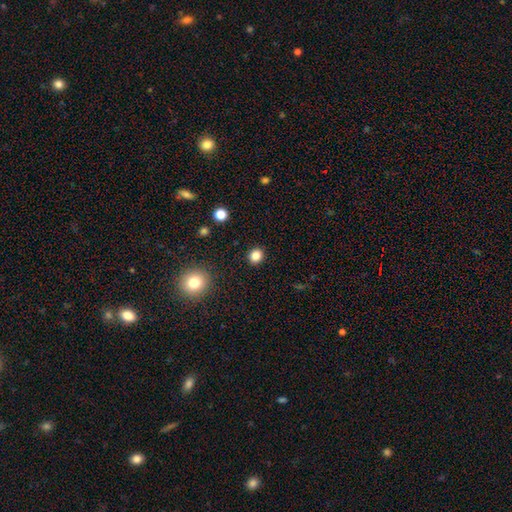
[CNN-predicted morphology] type=smooth (83%); roundness=round (81%); merging=none (91%).